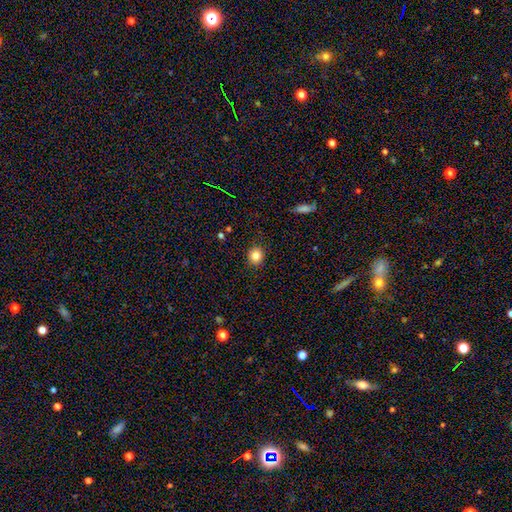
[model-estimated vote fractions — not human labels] Smooth or featured: smooth — 84% (star or artifact — 11%)
How rounded: round — 81% (in between — 18%)
Merging: none — 90% (minor disturbance — 7%)